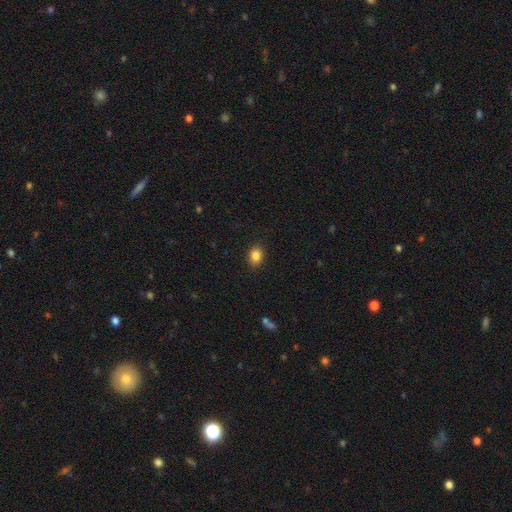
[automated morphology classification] Smooth or featured?
  - smooth: 85% *
  - star or artifact: 10%
  - featured or disk: 5%
How rounded?
  - in between: 60% *
  - round: 39%
  - cigar-shaped: 1%
Merging?
  - none: 88% *
  - minor disturbance: 9%
  - major disturbance: 2%
  - merger: 1%